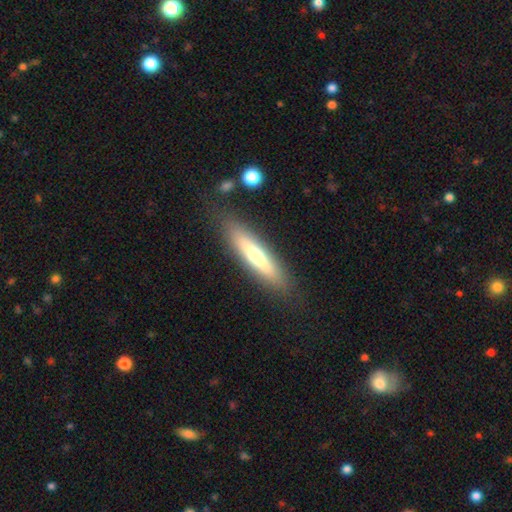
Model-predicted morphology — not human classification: Overall: smooth (51%; featured or disk 43%). How rounded: cigar-shaped (77%). Merging: none (84%).